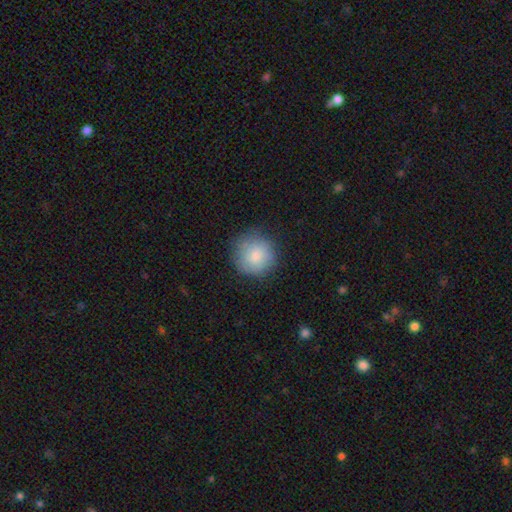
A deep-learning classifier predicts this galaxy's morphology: type=smooth (83%); roundness=round (94%); merging=none (81%).